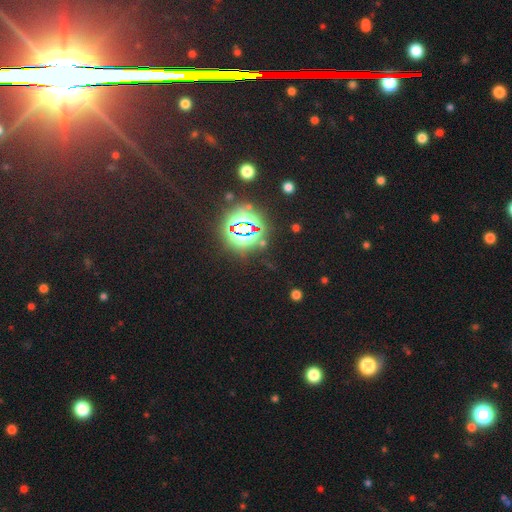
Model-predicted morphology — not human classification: A star or artifact, not a galaxy (83%).